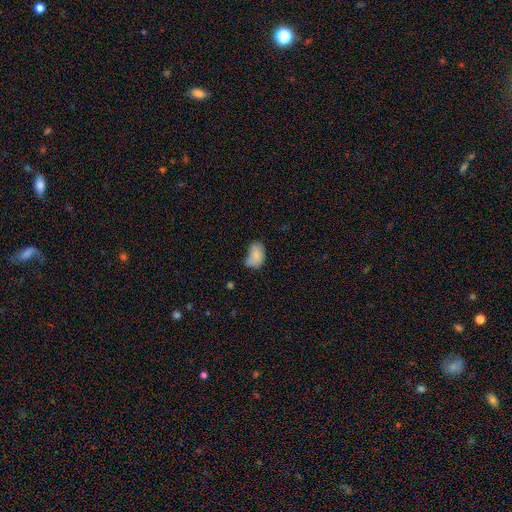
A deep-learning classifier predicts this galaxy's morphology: type=smooth (81%); roundness=in between (86%); merging=none (42%).